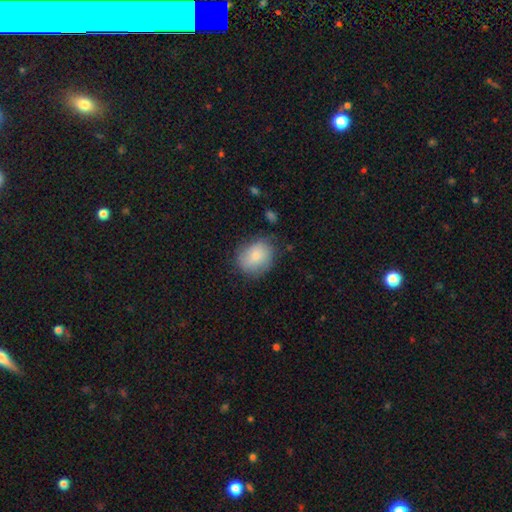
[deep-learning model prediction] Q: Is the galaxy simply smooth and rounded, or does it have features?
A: smooth — 80%.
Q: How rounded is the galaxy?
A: round — 52%.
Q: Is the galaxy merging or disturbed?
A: none — 70%.